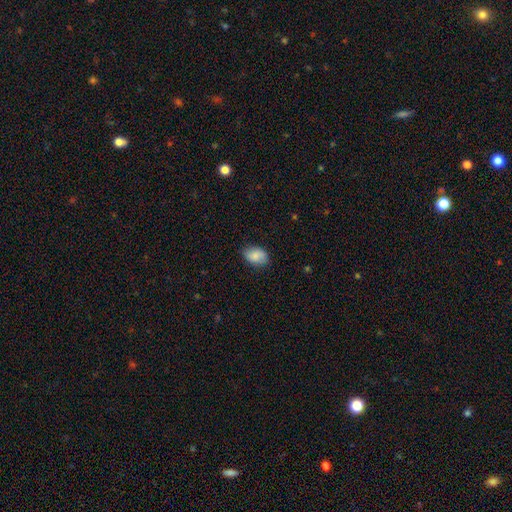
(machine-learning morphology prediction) Smooth or featured: smooth — 82% (featured or disk — 11%)
How rounded: in between — 84% (round — 15%)
Merging: none — 80% (minor disturbance — 16%)